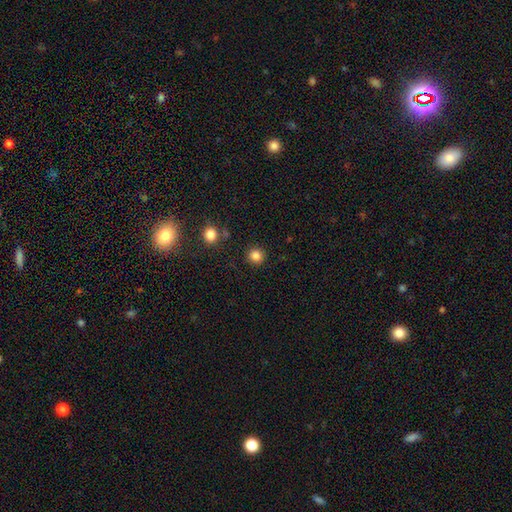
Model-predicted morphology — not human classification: This is clearly a smooth galaxy (84%). How rounded: clearly round (94%). Merging: clearly none (90%).